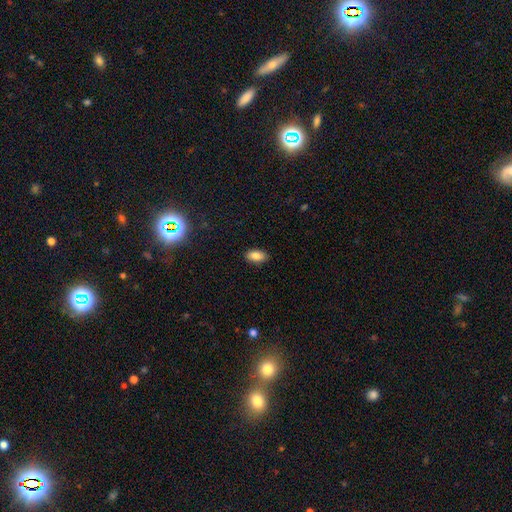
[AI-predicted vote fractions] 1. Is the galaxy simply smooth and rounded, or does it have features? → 85% smooth, 9% star or artifact, 6% featured or disk.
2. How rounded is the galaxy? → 91% in between, 5% cigar-shaped, 4% round.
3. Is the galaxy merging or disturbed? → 88% none, 9% minor disturbance, 2% major disturbance, 1% merger.